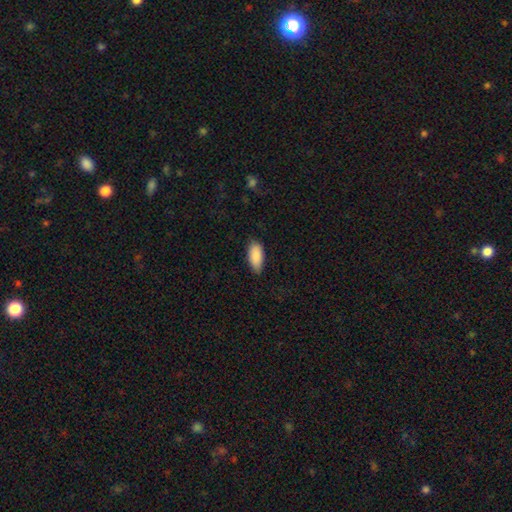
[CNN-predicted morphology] This appears to be a smooth galaxy with no disk features (90%) that is in between round and cigar-shaped (89%). Merging: none (81%).